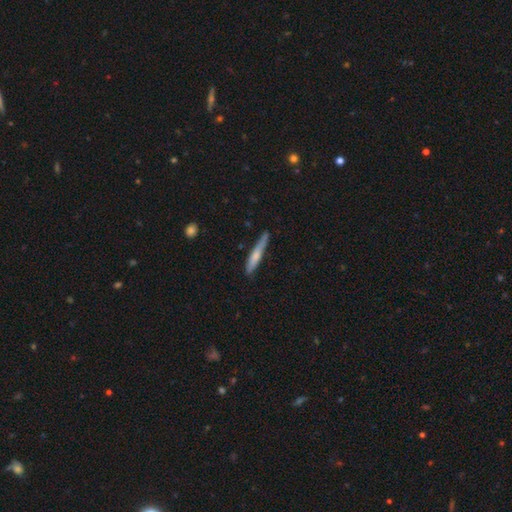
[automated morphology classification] Overall: smooth (64%; featured or disk 31%). How rounded: cigar-shaped (91%). Merging: none (72%).